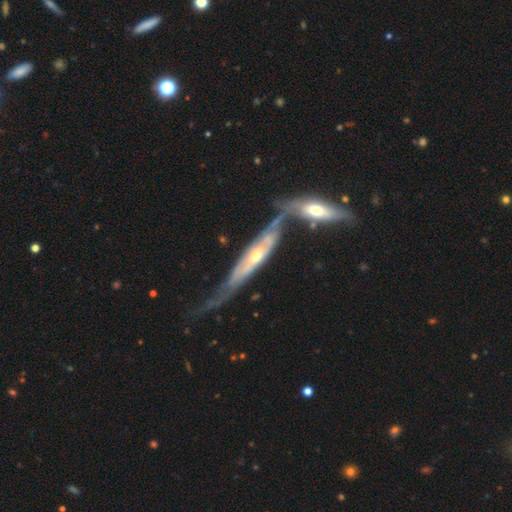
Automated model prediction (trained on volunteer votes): Smooth or featured? featured or disk (80%)
Edge-on disk? yes (64%)
Edge-on bulge? rounded (80%)
Merging? merger (41%)